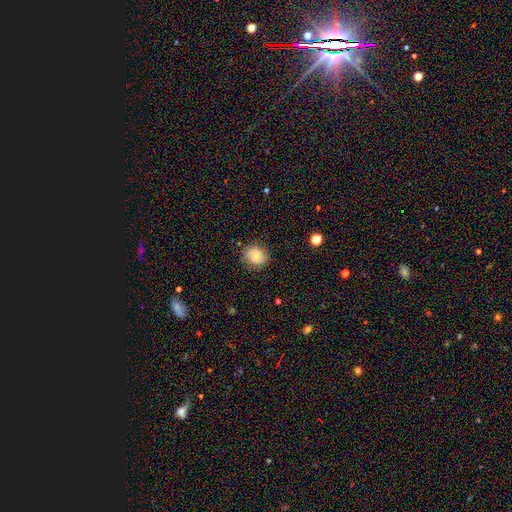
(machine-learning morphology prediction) This is likely a smooth galaxy (69%). How rounded: likely round (61%). Merging: clearly none (81%).